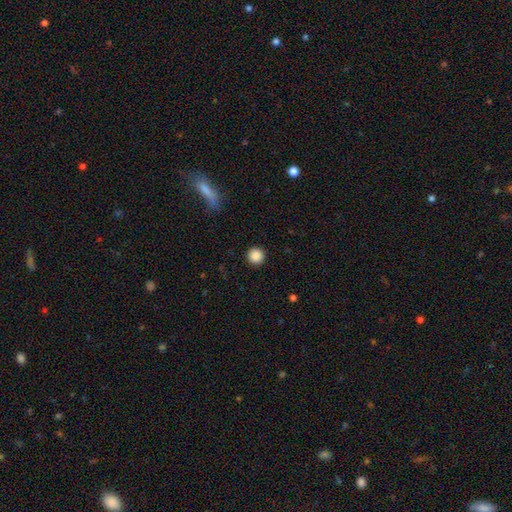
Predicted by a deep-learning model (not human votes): Morphology: type=smooth (88%); roundness=round (96%); merging=none (93%).